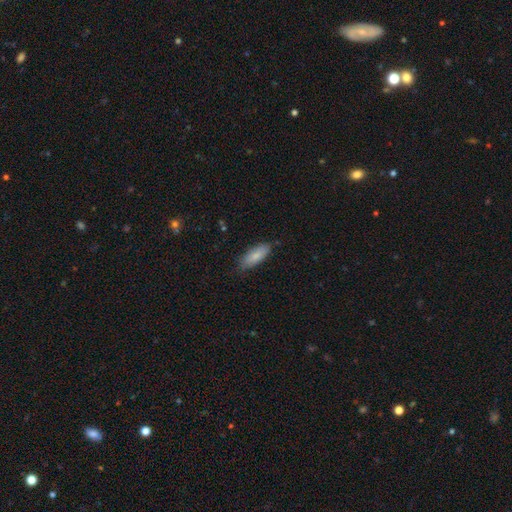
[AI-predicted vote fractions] Morphology: type=smooth (83%); roundness=in between (73%); merging=none (79%).